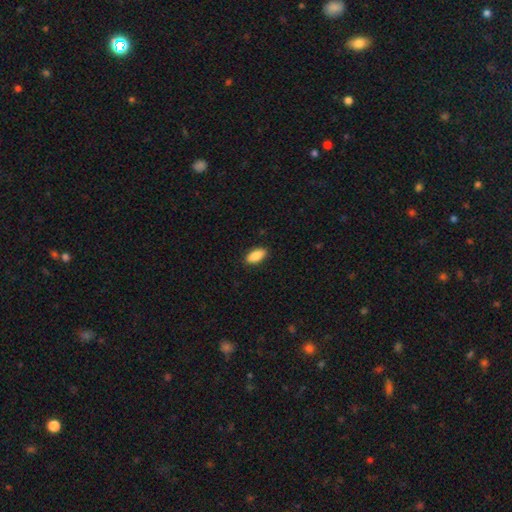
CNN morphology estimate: Smooth or featured?
  - smooth: 90% *
  - star or artifact: 6%
  - featured or disk: 4%
How rounded?
  - in between: 90% *
  - cigar-shaped: 7%
  - round: 2%
Merging?
  - none: 89% *
  - minor disturbance: 8%
  - major disturbance: 2%
  - merger: 1%